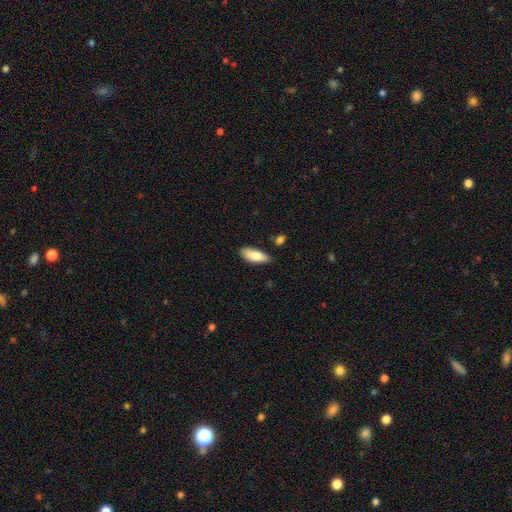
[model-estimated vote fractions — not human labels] smooth_or_featured: smooth (p=0.83) [alt: featured or disk p=0.11]
how_rounded: in between (p=0.77) [alt: cigar-shaped p=0.21]
merging: none (p=0.77) [alt: minor disturbance p=0.17]